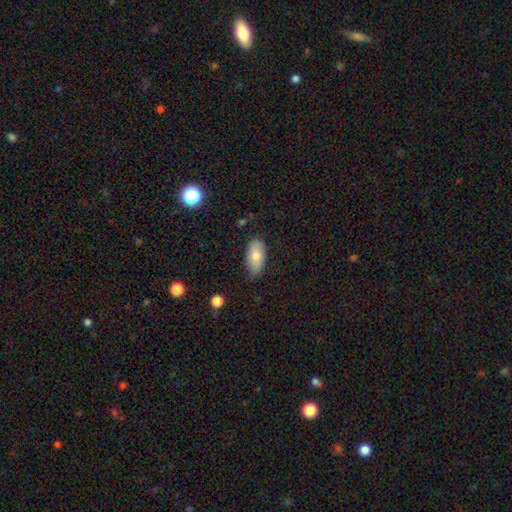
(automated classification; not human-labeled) Morphology: type=smooth (74%); roundness=in between (93%); merging=none (76%).